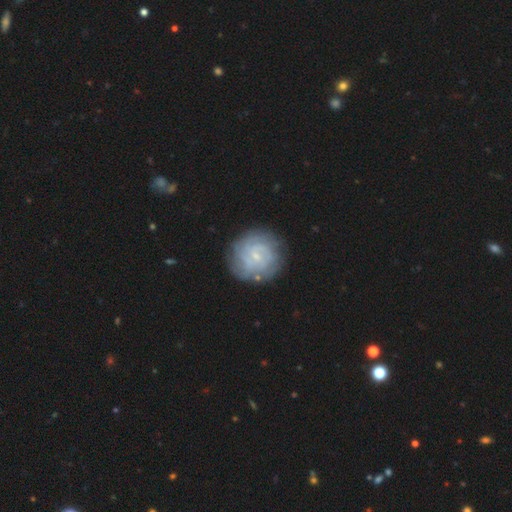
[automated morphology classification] This is likely a featured or disk galaxy (68%). It is clearly not viewed edge-on (98%). Bar: possibly no (53%). Spiral arm pattern: clearly yes (87%). Spiral arm count: possibly can't tell (48%). Spiral winding: likely tight (69%). Central bulge: likely small (78%). Merging: likely none (79%).